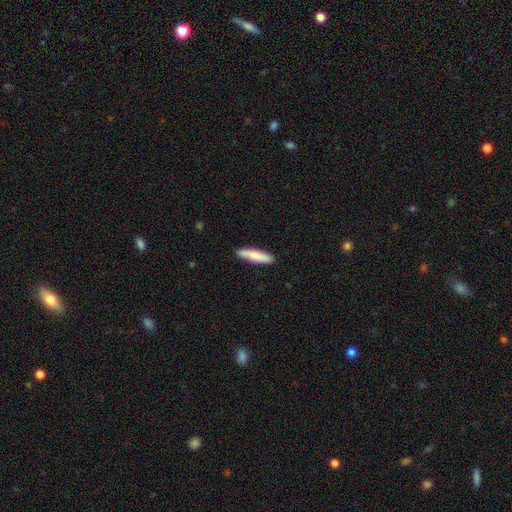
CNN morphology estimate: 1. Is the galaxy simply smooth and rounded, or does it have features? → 82% smooth, 13% featured or disk, 5% star or artifact.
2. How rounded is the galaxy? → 81% cigar-shaped, 18% in between, 1% round.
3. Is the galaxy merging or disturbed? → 86% none, 10% minor disturbance, 2% major disturbance, 1% merger.